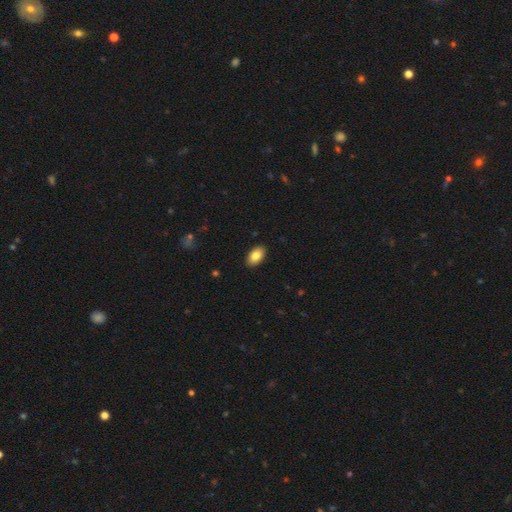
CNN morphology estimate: Smooth or featured? Predicted: smooth (p=0.85). How rounded? Predicted: in between (p=0.93). Merging? Predicted: none (p=0.90).